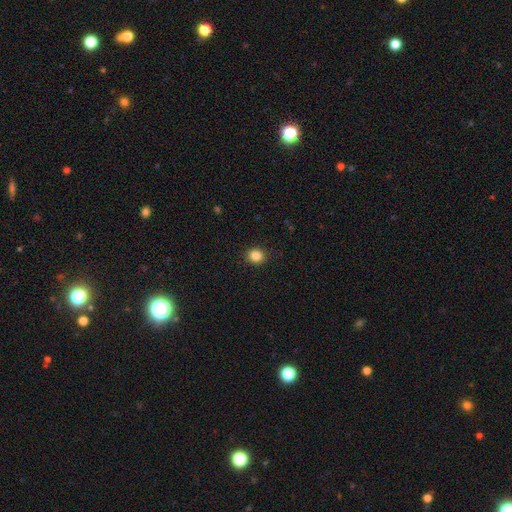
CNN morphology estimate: smooth 85%, star or artifact 11%, featured or disk 5%. Down the decision tree: how rounded — round (76%); merging — none (91%).